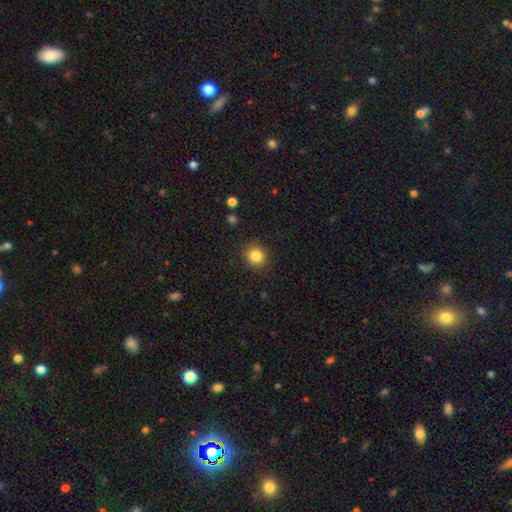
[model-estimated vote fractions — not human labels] smooth-or-featured: smooth: 84% | star or artifact: 11% | featured or disk: 6%
  how-rounded: round: 80% | in between: 19% | cigar-shaped: 1%
  merging: none: 89% | minor disturbance: 8% | major disturbance: 2% | merger: 1%